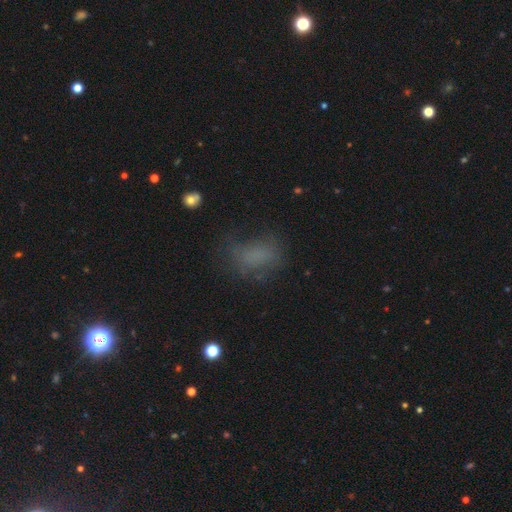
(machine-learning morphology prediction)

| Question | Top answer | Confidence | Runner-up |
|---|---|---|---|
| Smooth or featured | smooth | 65% | star or artifact (21%) |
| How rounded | in between | 78% | round (17%) |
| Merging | none | 55% | minor disturbance (22%) |